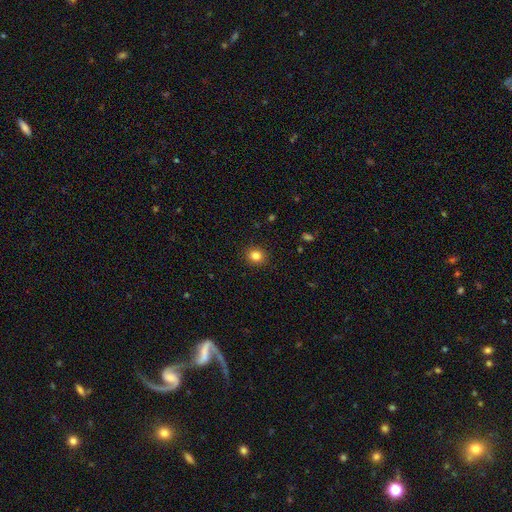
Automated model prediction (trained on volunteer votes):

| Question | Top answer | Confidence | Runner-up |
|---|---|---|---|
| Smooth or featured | smooth | 83% | star or artifact (11%) |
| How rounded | round | 83% | in between (16%) |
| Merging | none | 91% | minor disturbance (6%) |